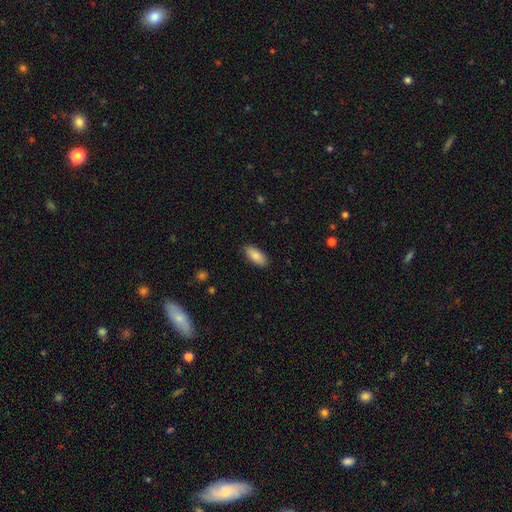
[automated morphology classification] Smooth or featured? smooth (85%)
How rounded? in between (84%)
Merging? none (88%)